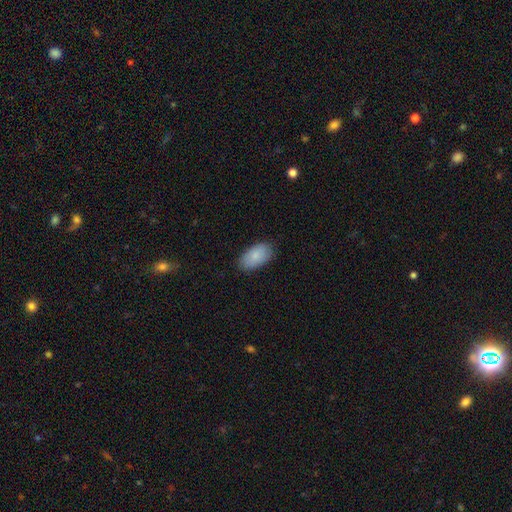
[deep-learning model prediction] This is clearly a smooth galaxy (86%). How rounded: clearly in between (95%). Merging: clearly none (83%).